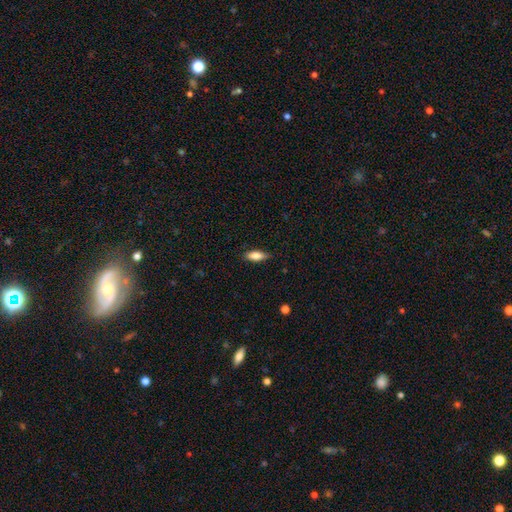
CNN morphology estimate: Smooth or featured: smooth — 78% (featured or disk — 15%)
How rounded: in between — 69% (cigar-shaped — 28%)
Merging: none — 82% (minor disturbance — 14%)